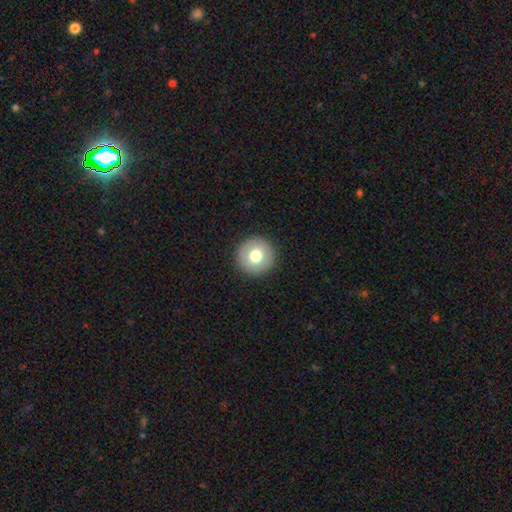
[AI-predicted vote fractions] Smooth or featured: smooth — 71% (featured or disk — 20%)
How rounded: round — 96% (in between — 3%)
Merging: none — 92% (minor disturbance — 5%)